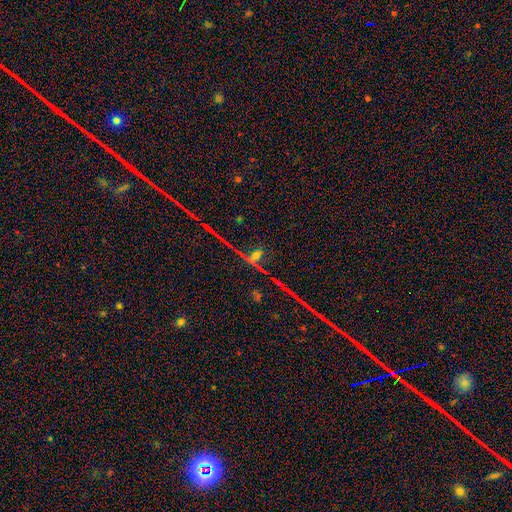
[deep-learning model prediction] This is possibly a star or artifact rather than a galaxy (53%).